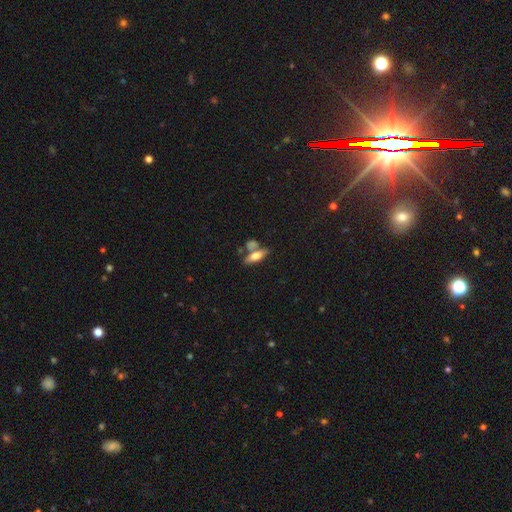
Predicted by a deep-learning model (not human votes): Smooth or featured?
  - smooth: 60% *
  - featured or disk: 31%
  - star or artifact: 8%
How rounded?
  - in between: 61% *
  - cigar-shaped: 35%
  - round: 4%
Merging?
  - none: 53% *
  - merger: 28%
  - minor disturbance: 13%
  - major disturbance: 5%